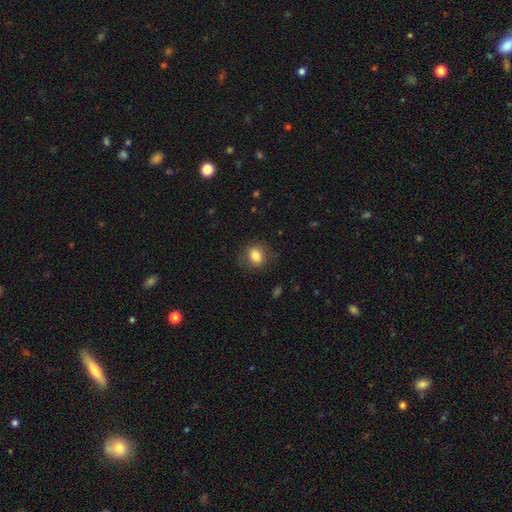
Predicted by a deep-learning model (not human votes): The model was most divided on "how rounded": round: 55%, in between: 44%, cigar-shaped: 1%. More confident: smooth or featured — smooth (82%); merging — none (81%).